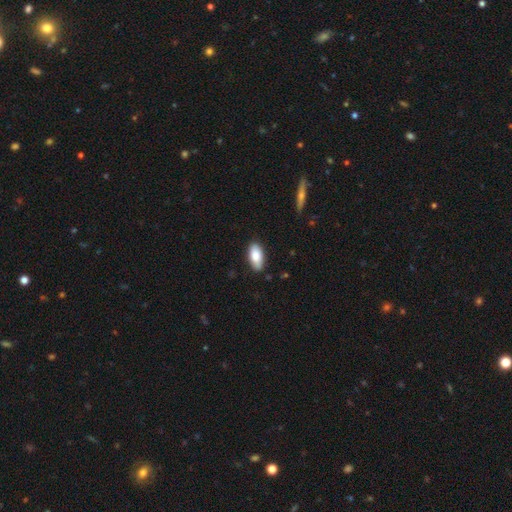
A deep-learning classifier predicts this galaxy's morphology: smooth-or-featured: smooth: 83% | featured or disk: 10% | star or artifact: 6%
  how-rounded: in between: 90% | cigar-shaped: 7% | round: 2%
  merging: none: 85% | minor disturbance: 12% | major disturbance: 2% | merger: 1%